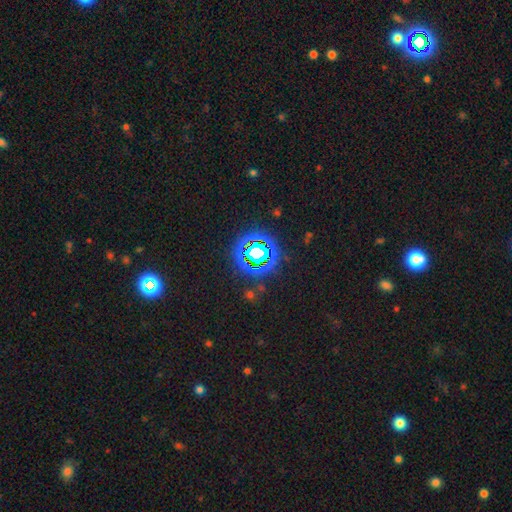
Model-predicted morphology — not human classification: smooth_or_featured: star or artifact (p=0.75) [alt: smooth p=0.15]